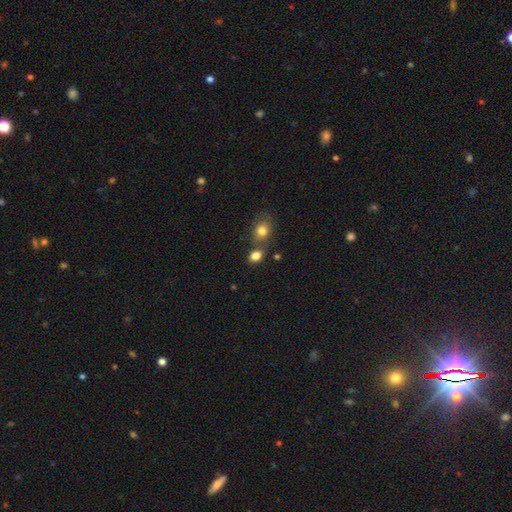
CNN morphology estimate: A smooth galaxy with no disk features (81%) that is in between round and cigar-shaped (64%).

Vote fractions:
- Smooth or featured? smooth: 81% / star or artifact: 12% / featured or disk: 7%
- How rounded? in between: 64% / round: 35% / cigar-shaped: 1%
- Merging? none: 56% / merger: 29% / minor disturbance: 12% / major disturbance: 4%